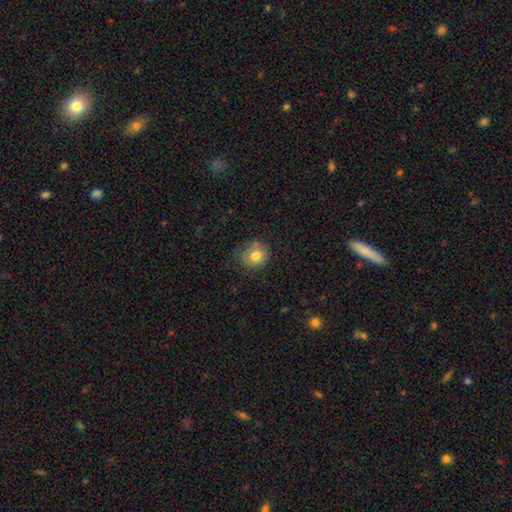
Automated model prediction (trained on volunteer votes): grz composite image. It shows a smooth galaxy with no disk features (76%) that is round (79%). Merging: none (69%).